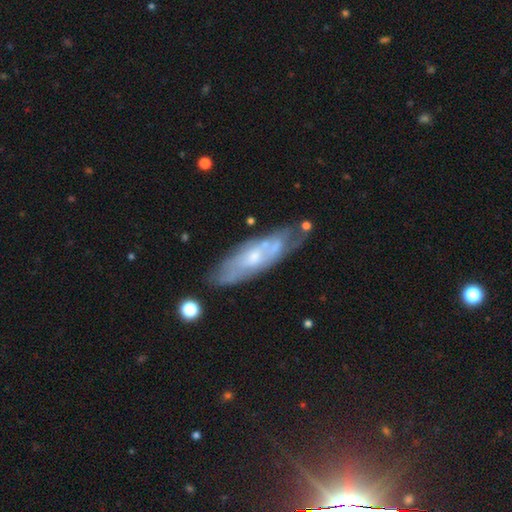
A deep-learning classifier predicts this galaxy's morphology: This is likely a featured or disk galaxy (66%). It is likely not viewed edge-on (73%). Merging: likely none (66%).